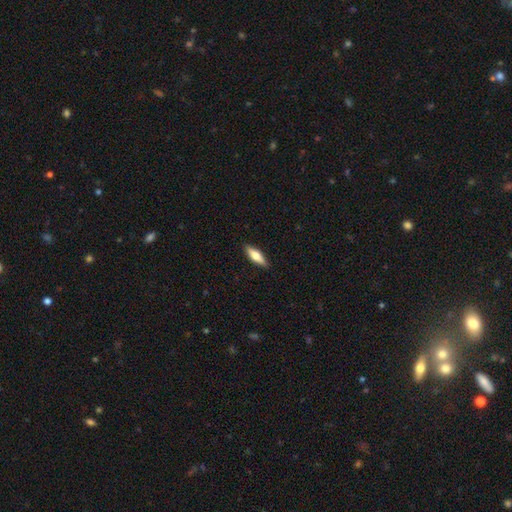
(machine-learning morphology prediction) This appears to be a smooth galaxy with no disk features (57%) that is cigar-shaped (54%). Merging: none (89%).